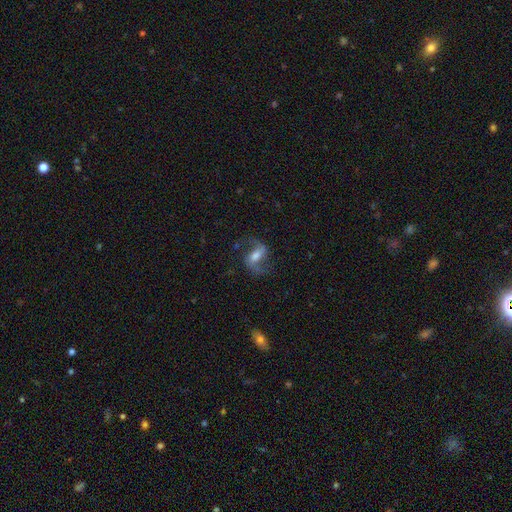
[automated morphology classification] smooth_or_featured: featured or disk (p=0.78) [alt: smooth p=0.14]
disk_edge_on: no (p=0.95) [alt: yes p=0.05]
bar: weak (p=0.42) [alt: strong p=0.41]
has_spiral_arms: yes (p=0.94) [alt: no p=0.06]
spiral_winding: loose (p=0.59) [alt: medium p=0.34]
spiral_arm_count: 2 (p=0.91) [alt: can't tell p=0.03]
bulge_size: moderate (p=0.54) [alt: small p=0.23]
merging: none (p=0.71) [alt: minor disturbance p=0.15]